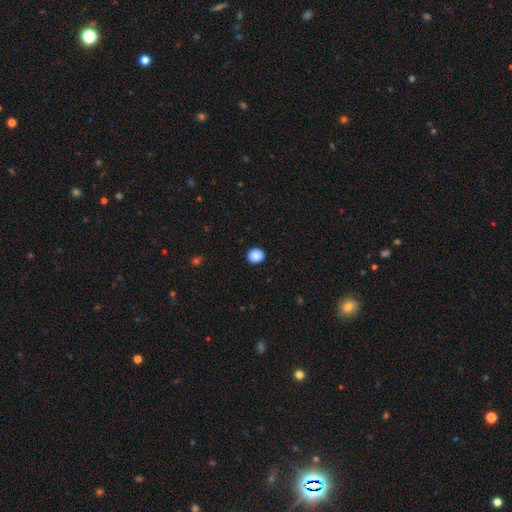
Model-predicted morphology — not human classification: Smooth or featured? smooth (89%)
How rounded? round (81%)
Merging? none (91%)